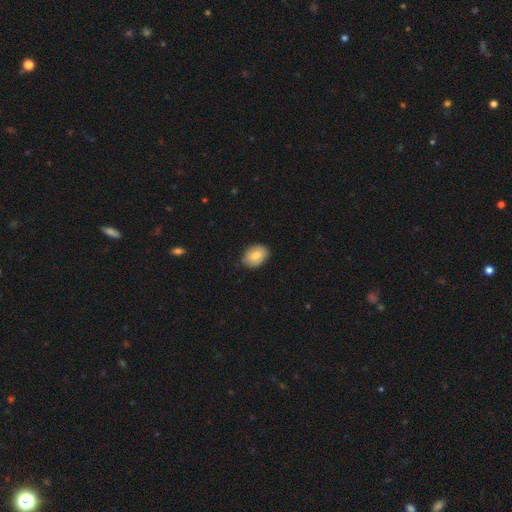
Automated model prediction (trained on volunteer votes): smooth-or-featured: smooth: 79% | featured or disk: 14% | star or artifact: 7%
  how-rounded: in between: 71% | round: 28% | cigar-shaped: 1%
  merging: none: 81% | minor disturbance: 16% | major disturbance: 2% | merger: 1%